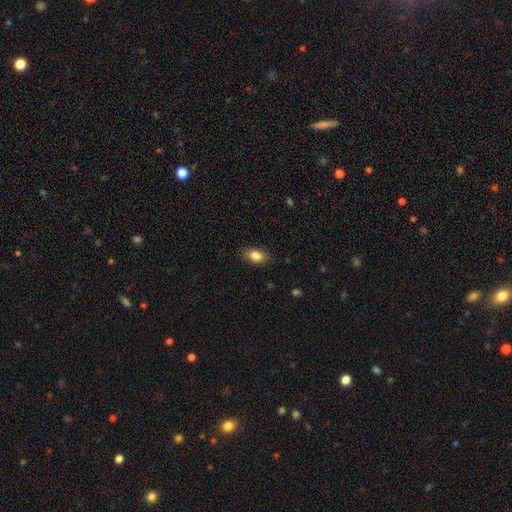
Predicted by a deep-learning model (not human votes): This is clearly a smooth galaxy (84%). How rounded: clearly in between (86%). Merging: clearly none (86%).